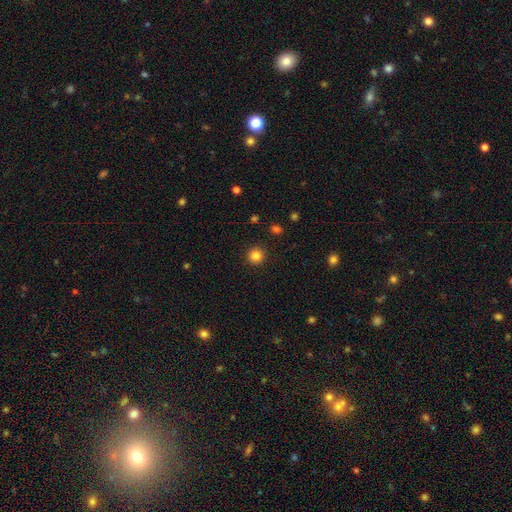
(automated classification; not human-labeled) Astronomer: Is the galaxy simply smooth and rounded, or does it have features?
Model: smooth — 84%.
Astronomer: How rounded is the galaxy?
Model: round — 95%.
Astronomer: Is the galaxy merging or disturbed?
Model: none — 92%.